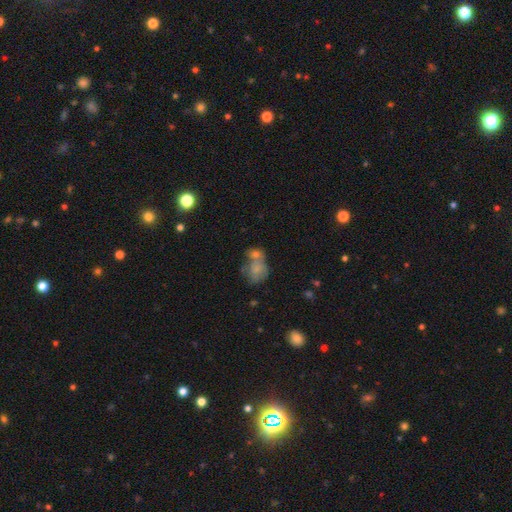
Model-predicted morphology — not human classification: smooth-or-featured: smooth: 53% | featured or disk: 27% | star or artifact: 19%
  how-rounded: in between: 50% | round: 48% | cigar-shaped: 2%
  merging: merger: 46% | none: 32% | minor disturbance: 13% | major disturbance: 9%